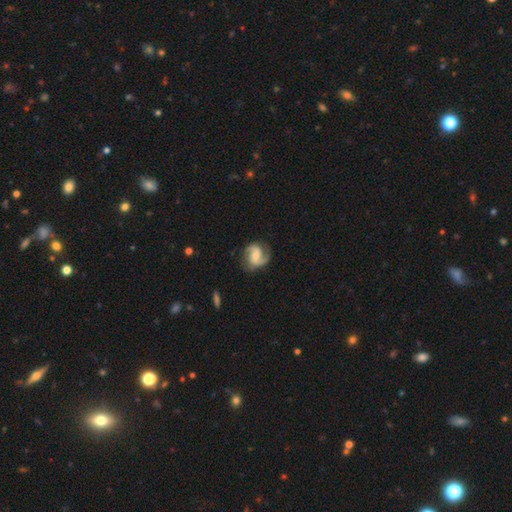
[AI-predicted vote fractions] Smooth or featured? Predicted: featured or disk (p=0.88). Edge-on disk? Predicted: no (p=0.98). Bar? Predicted: weak (p=0.42, tied with no). Spiral arms? Predicted: yes (p=0.97). Spiral winding? Predicted: medium (p=0.53). Spiral arm count? Predicted: 2 (p=0.91). Bulge size? Predicted: small (p=0.46). Merging? Predicted: none (p=0.79).